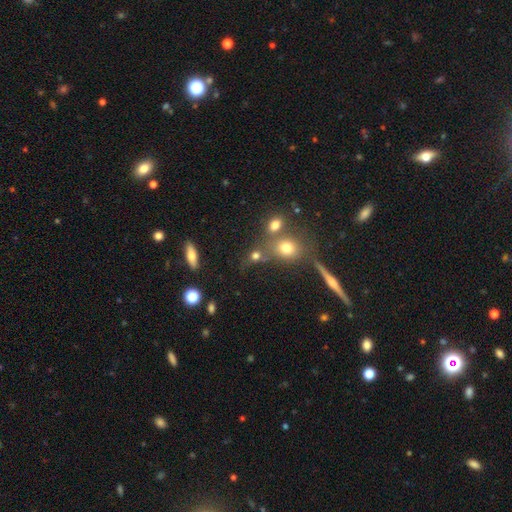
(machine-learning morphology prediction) A smooth galaxy with no disk features (69%) that is round (66%). Merging: none (52%).